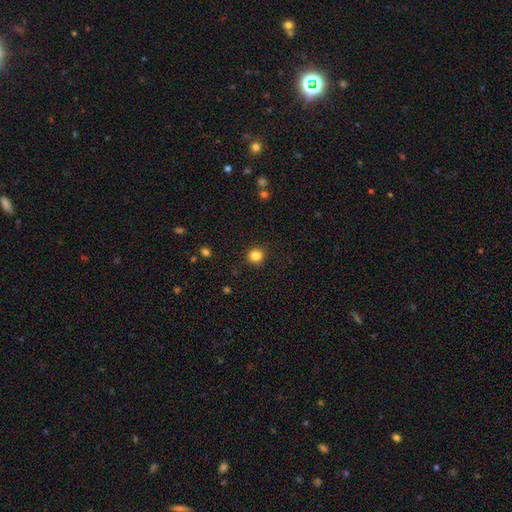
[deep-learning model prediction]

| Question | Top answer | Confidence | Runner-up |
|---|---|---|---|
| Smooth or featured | smooth | 85% | star or artifact (12%) |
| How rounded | round | 90% | in between (9%) |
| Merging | none | 90% | minor disturbance (7%) |